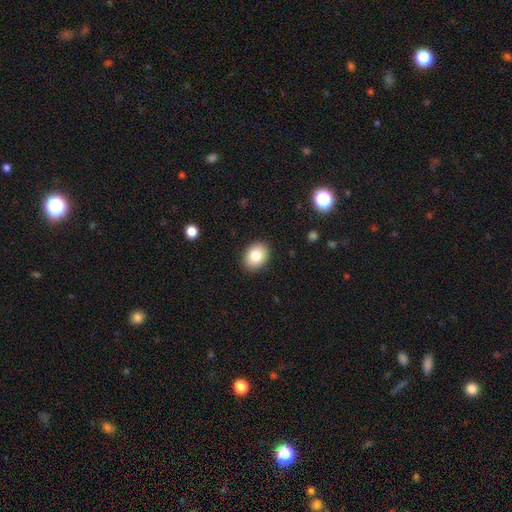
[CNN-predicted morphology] A smooth galaxy with no disk features (83%) that is in between round and cigar-shaped (59%).

Vote fractions:
- Smooth or featured? smooth: 83% / star or artifact: 9% / featured or disk: 9%
- How rounded? in between: 59% / round: 40% / cigar-shaped: 1%
- Merging? none: 89% / minor disturbance: 8% / major disturbance: 2% / merger: 1%